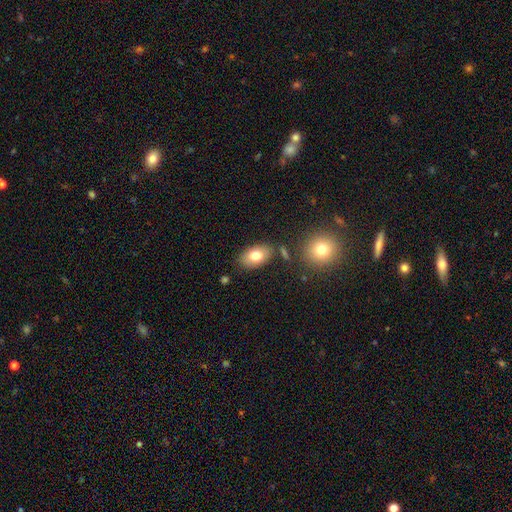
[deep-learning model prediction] This appears to be a smooth galaxy with no disk features (76%) that is in between round and cigar-shaped (90%). Merging: none (79%).